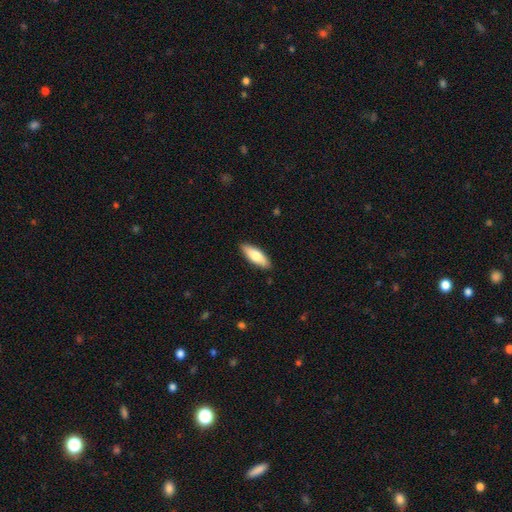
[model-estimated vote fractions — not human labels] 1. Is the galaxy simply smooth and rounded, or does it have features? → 75% smooth, 20% featured or disk, 5% star or artifact.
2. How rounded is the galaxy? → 61% in between, 37% cigar-shaped, 2% round.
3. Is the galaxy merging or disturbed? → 89% none, 8% minor disturbance, 2% major disturbance, 1% merger.